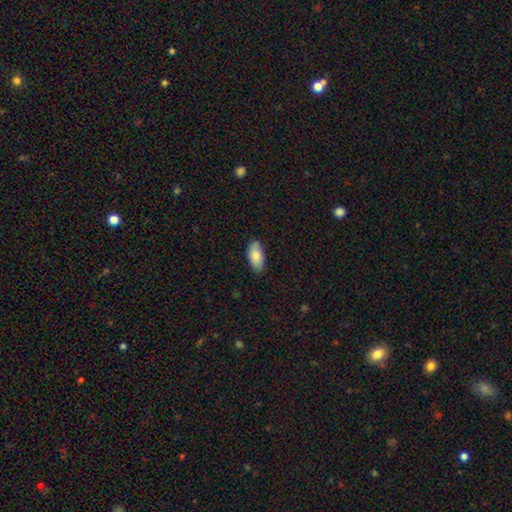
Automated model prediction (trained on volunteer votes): smooth_or_featured: smooth (p=0.82) [alt: featured or disk p=0.12]
how_rounded: in between (p=0.93) [alt: cigar-shaped p=0.05]
merging: none (p=0.82) [alt: minor disturbance p=0.15]